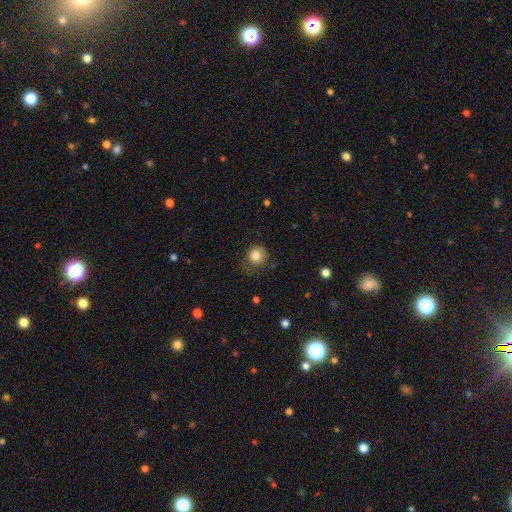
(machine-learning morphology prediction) Smooth or featured?
  - smooth: 83% *
  - star or artifact: 10%
  - featured or disk: 7%
How rounded?
  - round: 85% *
  - in between: 14%
  - cigar-shaped: 1%
Merging?
  - none: 65% *
  - minor disturbance: 24%
  - major disturbance: 10%
  - merger: 2%